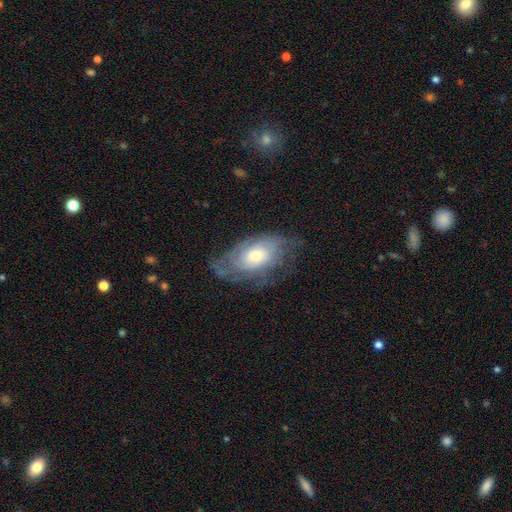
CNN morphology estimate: smooth-or-featured: featured or disk: 71% | smooth: 22% | star or artifact: 7%
  disk-edge-on: no: 93% | yes: 7%
    bar: no: 75% | weak: 21% | strong: 4%
    has-spiral-arms: yes: 85% | no: 15%
      spiral-winding: tight: 59% | medium: 29% | loose: 12%
      spiral-arm-count: can't tell: 56% | 2: 18% | 3: 10% | 4: 7% | 1: 4% | more than 4: 4%
    bulge-size: moderate: 56% | small: 30% | large: 11% | none: 2% | dominant: 1%
  merging: none: 63% | minor disturbance: 23% | major disturbance: 13% | merger: 1%